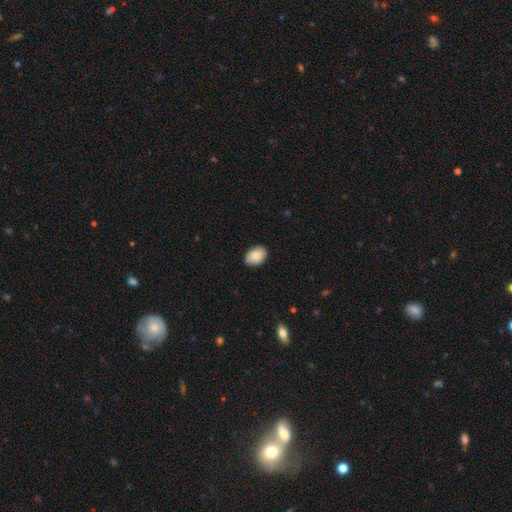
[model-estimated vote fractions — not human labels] smooth 84%, featured or disk 9%, star or artifact 7%. Down the decision tree: how rounded — in between (76%); merging — none (86%).